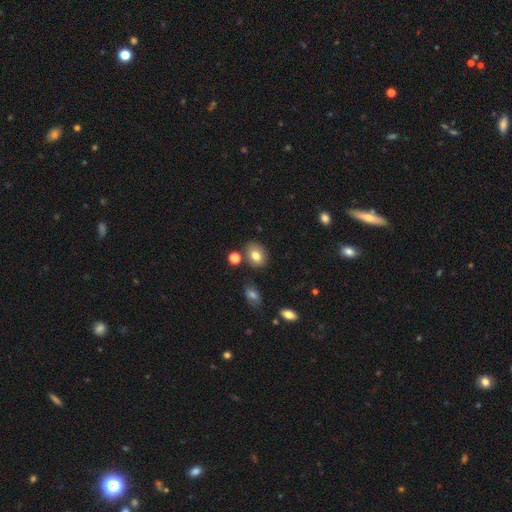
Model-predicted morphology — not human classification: A smooth galaxy with no disk features (79%) that is in between round and cigar-shaped (58%). Merging: none (79%).